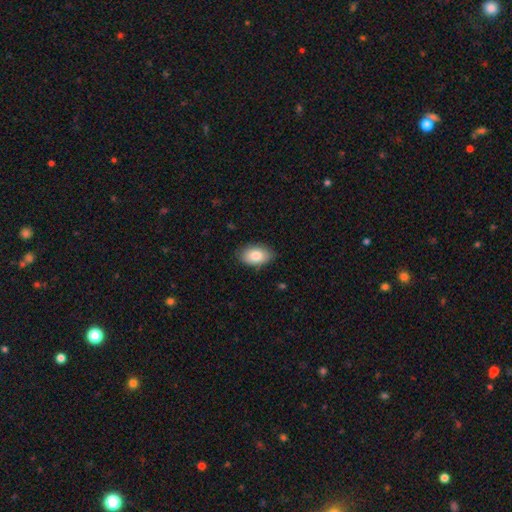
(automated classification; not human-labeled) smooth 82%, featured or disk 11%, star or artifact 7%. Down the decision tree: how rounded — in between (91%); merging — none (82%).